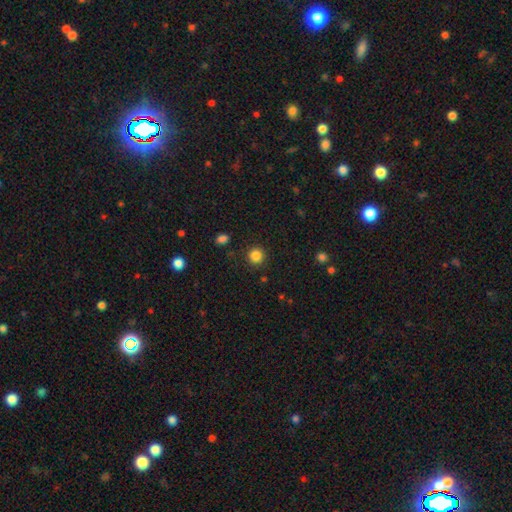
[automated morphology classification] Q: Smooth or featured?
A: smooth (85%); runner-up: star or artifact (12%)
Q: How rounded?
A: round (93%); runner-up: in between (6%)
Q: Merging?
A: none (90%); runner-up: minor disturbance (6%)